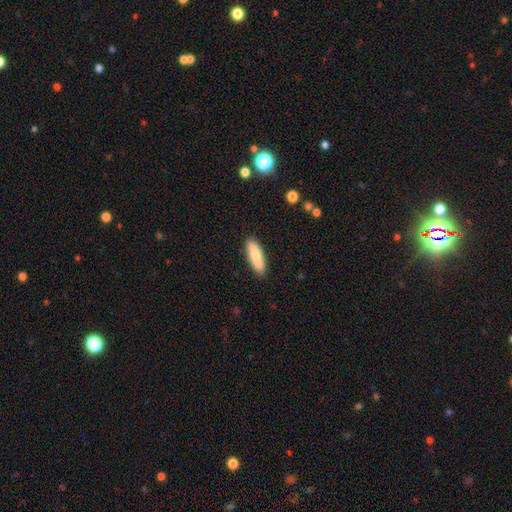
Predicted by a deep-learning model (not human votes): smooth 78%, featured or disk 17%, star or artifact 6%. Down the decision tree: how rounded — cigar-shaped (53%); merging — none (88%).